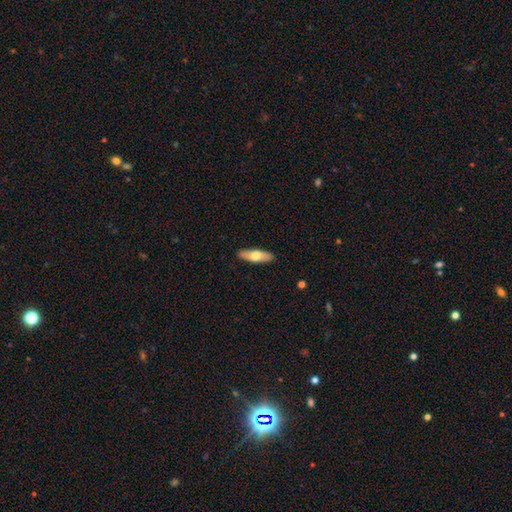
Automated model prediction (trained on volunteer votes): Smooth or featured: smooth — 63% (featured or disk — 31%)
How rounded: in between — 50% (cigar-shaped — 48%)
Merging: none — 90% (minor disturbance — 7%)